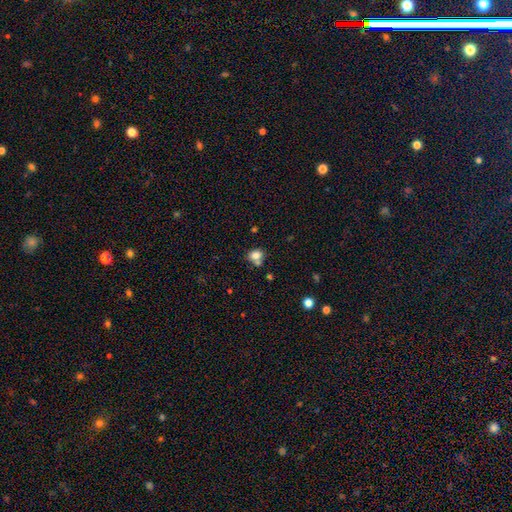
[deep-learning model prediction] Morphology: type=smooth (78%); roundness=round (61%); merging=none (51%).